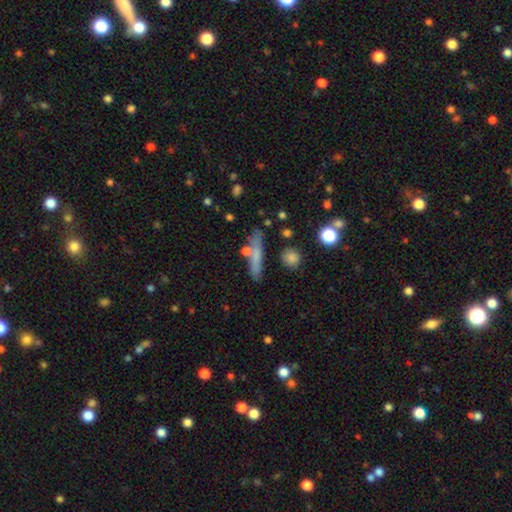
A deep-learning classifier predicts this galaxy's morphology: Smooth or featured: smooth — 65% (featured or disk — 25%)
How rounded: cigar-shaped — 84% (in between — 11%)
Merging: none — 74% (minor disturbance — 14%)